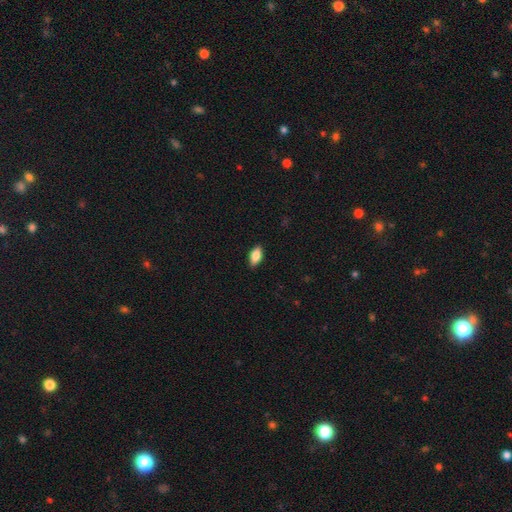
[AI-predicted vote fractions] Morphology: type=smooth (83%); roundness=in between (90%); merging=none (88%).